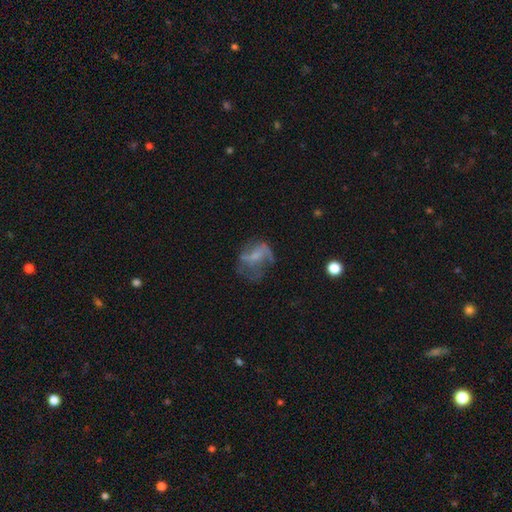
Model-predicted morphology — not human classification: Q: Smooth or featured?
A: featured or disk (55%); runner-up: smooth (32%)
Q: Edge-on disk?
A: no (97%); runner-up: yes (3%)
Q: Bar?
A: no (55%); runner-up: weak (34%)
Q: Spiral arms?
A: no (55%); runner-up: yes (45%)
Q: Bulge size?
A: none (42%); runner-up: small (33%)
Q: Merging?
A: major disturbance (38%); tied with: none (38%)